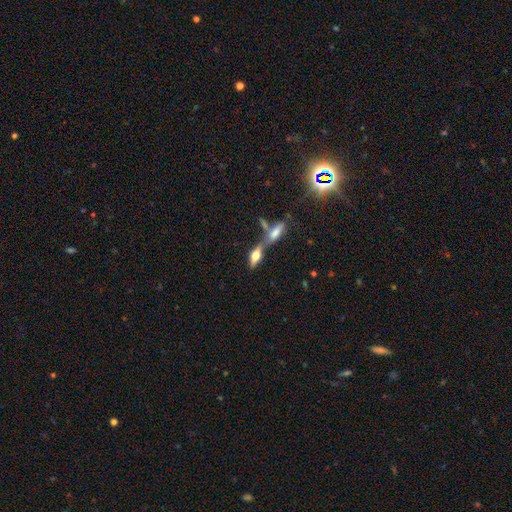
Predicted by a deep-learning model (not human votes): A smooth galaxy with no disk features (54%) that is in between round and cigar-shaped (66%).

Vote fractions:
- Smooth or featured? smooth: 54% / featured or disk: 36% / star or artifact: 9%
- How rounded? in between: 66% / cigar-shaped: 30% / round: 4%
- Merging? merger: 50% / none: 35% / minor disturbance: 10% / major disturbance: 5%